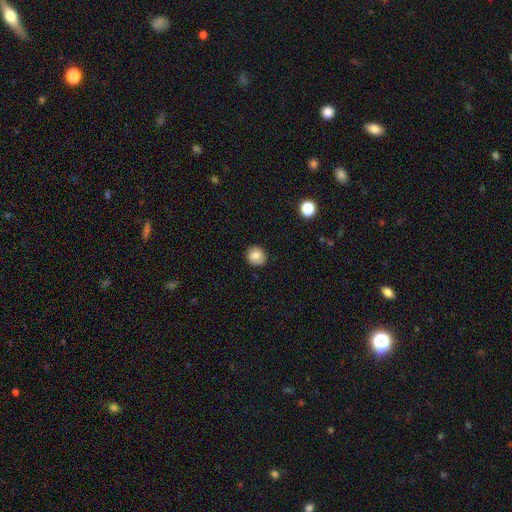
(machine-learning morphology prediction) Smooth or featured?
  - smooth: 80% *
  - featured or disk: 11%
  - star or artifact: 9%
How rounded?
  - round: 83% *
  - in between: 16%
  - cigar-shaped: 1%
Merging?
  - none: 87% *
  - minor disturbance: 10%
  - major disturbance: 2%
  - merger: 1%